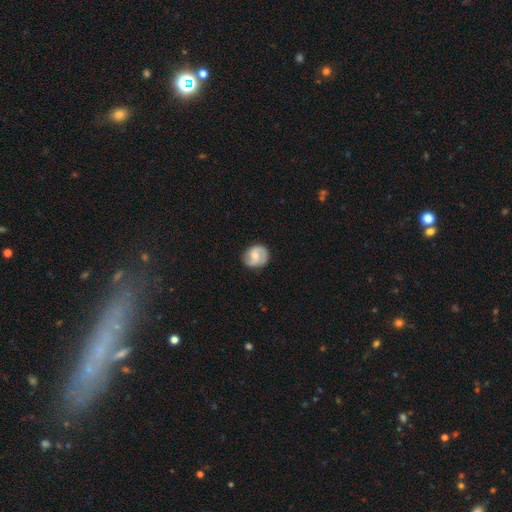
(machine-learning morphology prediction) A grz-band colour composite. It shows a featured or disk galaxy (69%) with a weak bar (46%), 2 (84%) medium (47%) spiral arms (93%) and a moderate central bulge (52%). Merging: none (80%).